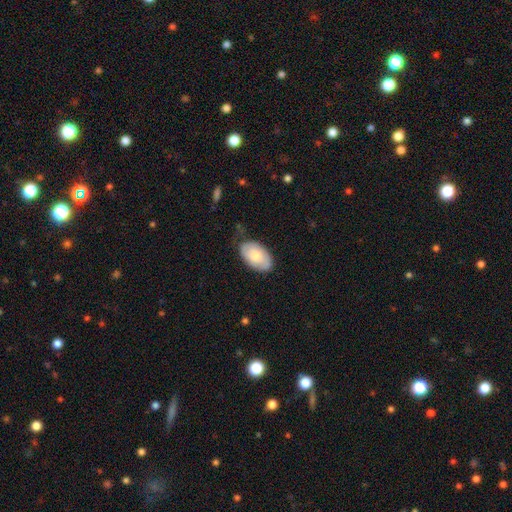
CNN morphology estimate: A smooth galaxy with no disk features (70%) that is in between round and cigar-shaped (94%). Merging: none (67%).